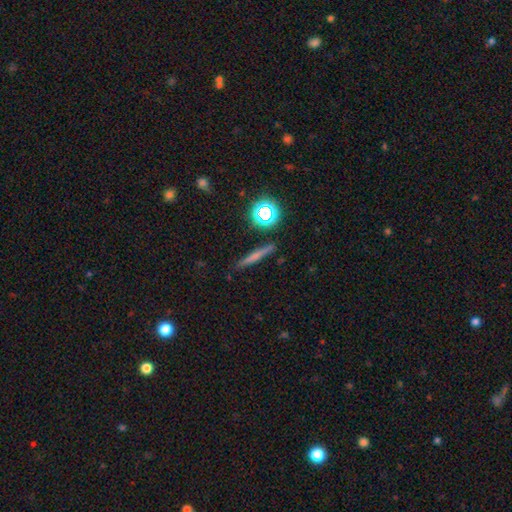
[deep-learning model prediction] Q: Smooth or featured?
A: smooth (55%); runner-up: featured or disk (30%)
Q: How rounded?
A: cigar-shaped (88%); runner-up: round (6%)
Q: Merging?
A: none (88%); runner-up: minor disturbance (8%)